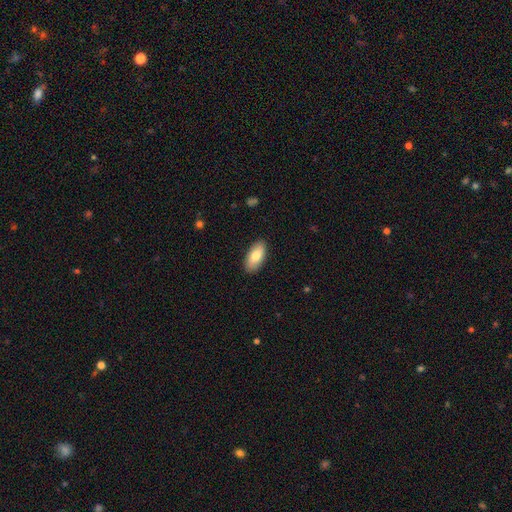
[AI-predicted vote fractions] smooth_or_featured: smooth (p=0.79) [alt: featured or disk p=0.15]
how_rounded: in between (p=0.92) [alt: cigar-shaped p=0.05]
merging: none (p=0.89) [alt: minor disturbance p=0.08]